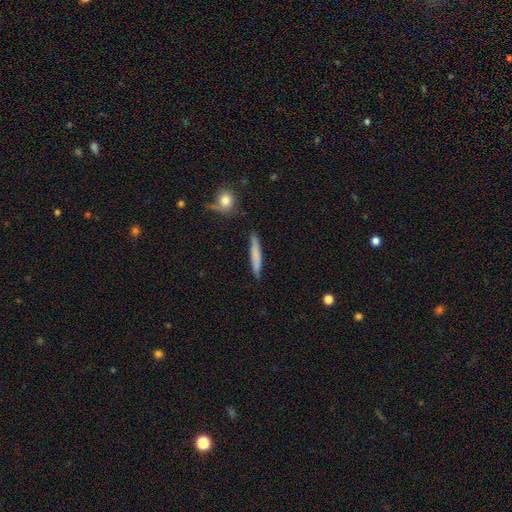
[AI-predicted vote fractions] A smooth galaxy with no disk features (69%) that is cigar-shaped (94%).

Vote fractions:
- Smooth or featured? smooth: 69% / featured or disk: 25% / star or artifact: 6%
- How rounded? cigar-shaped: 94% / in between: 5% / round: 2%
- Merging? none: 83% / minor disturbance: 12% / merger: 3% / major disturbance: 2%